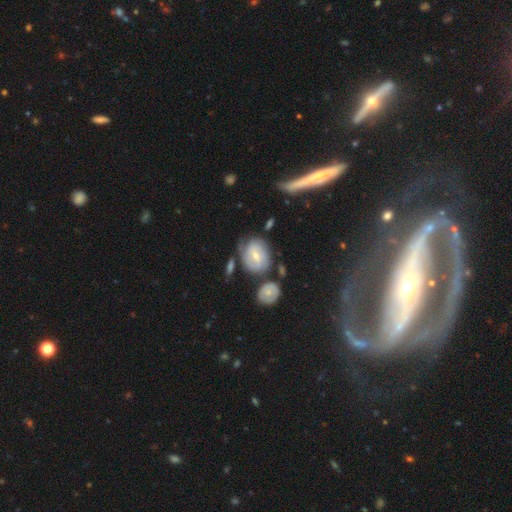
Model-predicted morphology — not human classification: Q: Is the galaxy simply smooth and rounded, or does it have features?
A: featured or disk — 62%.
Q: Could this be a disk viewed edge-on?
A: no — 96%.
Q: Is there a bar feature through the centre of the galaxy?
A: weak — 52%.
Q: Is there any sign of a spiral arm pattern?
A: yes — 81%.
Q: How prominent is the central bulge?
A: small — 54%.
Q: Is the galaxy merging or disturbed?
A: none — 58%.